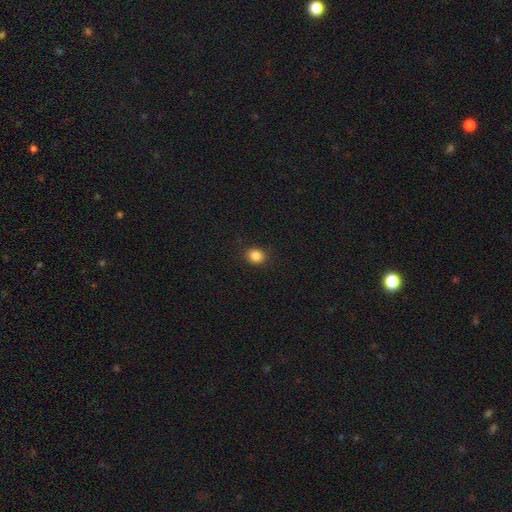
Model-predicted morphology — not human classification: Overall: smooth (85%). How rounded: round (64%; in between 35%). Merging: none (90%).